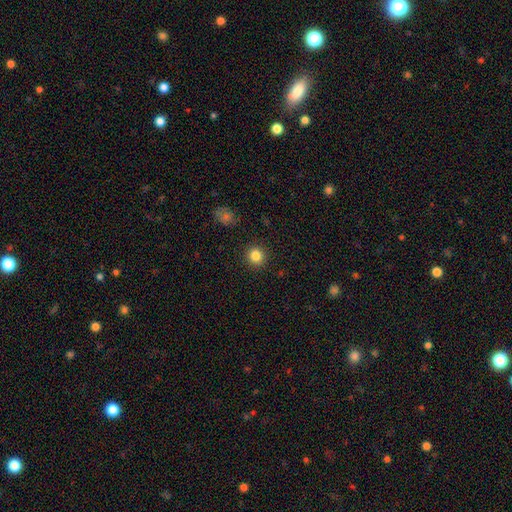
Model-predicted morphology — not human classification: A smooth galaxy with no disk features (84%) that is round (93%).

Vote fractions:
- Smooth or featured? smooth: 84% / star or artifact: 11% / featured or disk: 5%
- How rounded? round: 93% / in between: 6% / cigar-shaped: 1%
- Merging? none: 92% / minor disturbance: 5% / major disturbance: 2% / merger: 1%